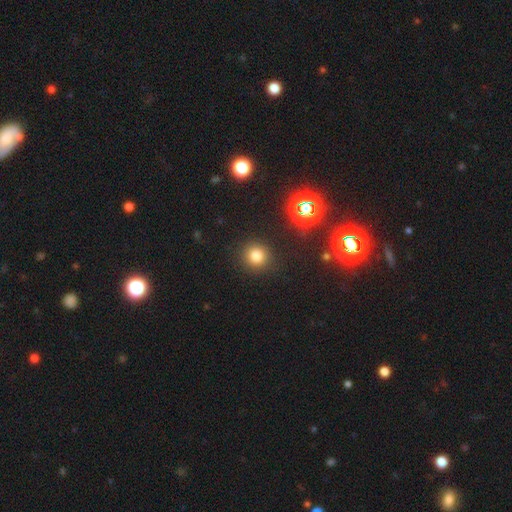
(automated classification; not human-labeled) Q: Smooth or featured?
A: smooth (77%); runner-up: star or artifact (17%)
Q: How rounded?
A: round (91%); runner-up: in between (8%)
Q: Merging?
A: none (89%); runner-up: minor disturbance (6%)